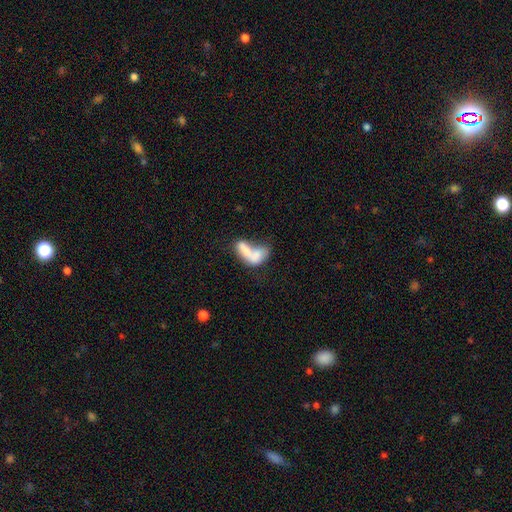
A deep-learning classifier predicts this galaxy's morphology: Overall: smooth (64%; featured or disk 28%). How rounded: in between (81%). Merging: merger (68%).